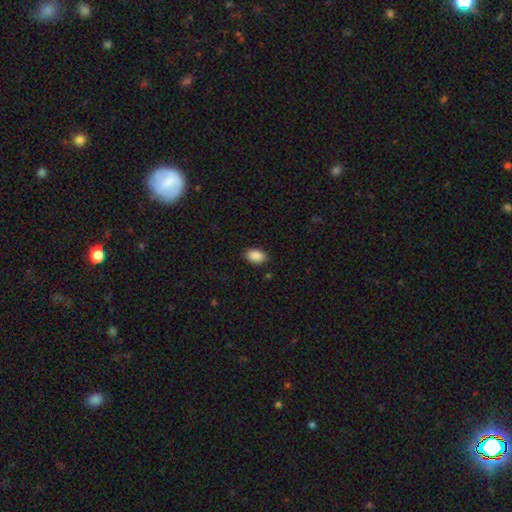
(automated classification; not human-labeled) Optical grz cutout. It shows a smooth galaxy with no disk features (90%) that is in between round and cigar-shaped (89%). Merging: none (89%).